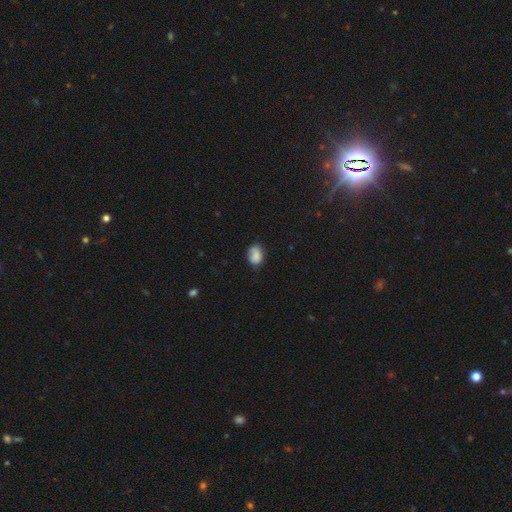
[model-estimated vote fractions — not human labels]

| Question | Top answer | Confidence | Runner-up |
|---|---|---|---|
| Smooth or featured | smooth | 81% | featured or disk (10%) |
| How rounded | in between | 76% | round (23%) |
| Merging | none | 66% | minor disturbance (26%) |